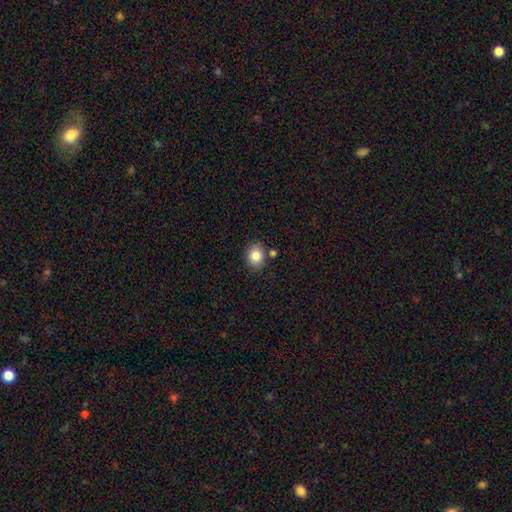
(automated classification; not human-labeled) A smooth galaxy with no disk features (84%) that is in between round and cigar-shaped (53%).

Vote fractions:
- Smooth or featured? smooth: 84% / star or artifact: 9% / featured or disk: 7%
- How rounded? in between: 53% / round: 46% / cigar-shaped: 1%
- Merging? none: 79% / minor disturbance: 12% / merger: 7% / major disturbance: 3%